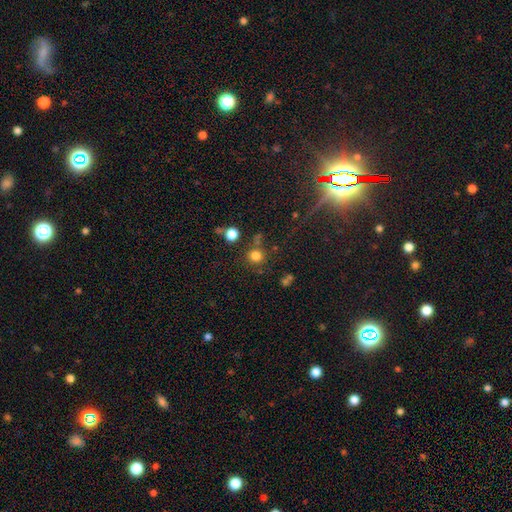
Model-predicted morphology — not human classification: This is likely a smooth galaxy (78%). How rounded: clearly round (93%). Merging: likely none (76%).